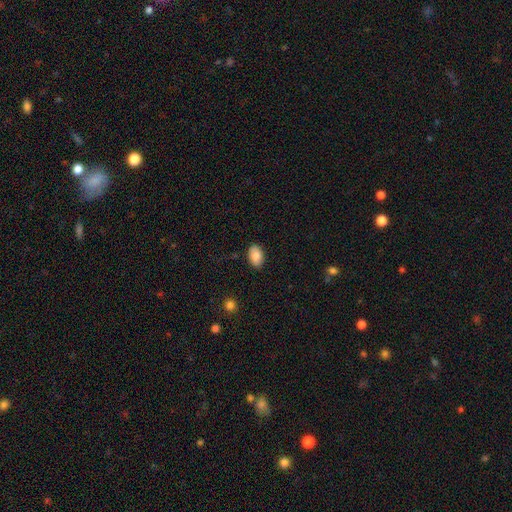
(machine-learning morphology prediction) type=smooth (84%); roundness=in between (91%); merging=none (87%).